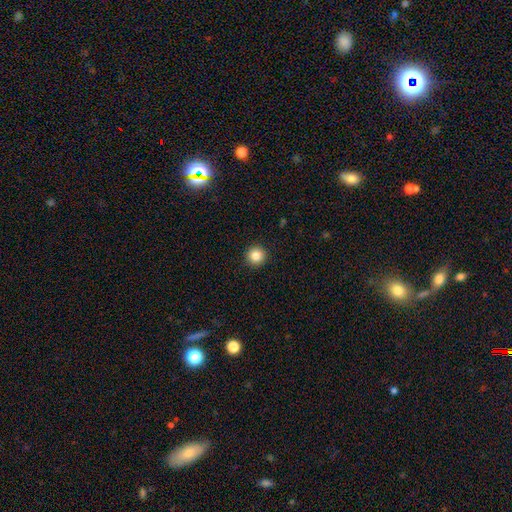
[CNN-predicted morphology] Smooth or featured? smooth (85%)
How rounded? round (96%)
Merging? none (93%)